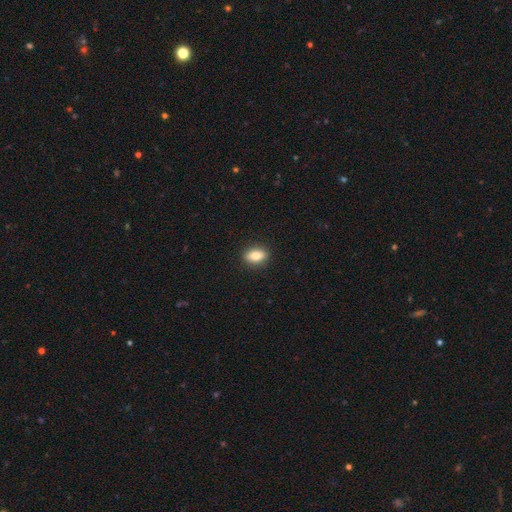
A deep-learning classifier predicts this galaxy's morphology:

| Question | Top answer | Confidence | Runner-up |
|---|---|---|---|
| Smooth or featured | smooth | 78% | featured or disk (14%) |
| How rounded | in between | 77% | round (19%) |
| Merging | none | 90% | minor disturbance (7%) |